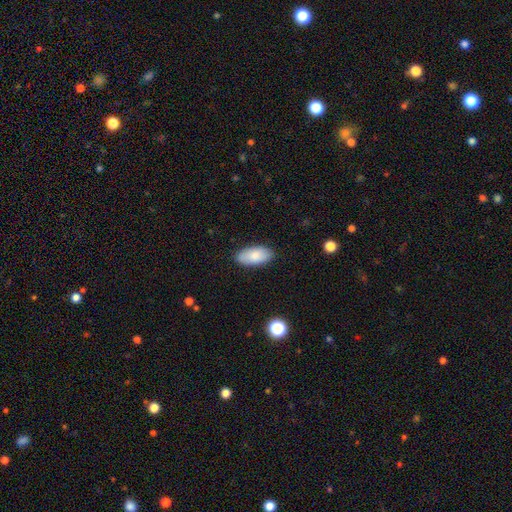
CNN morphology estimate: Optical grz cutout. It shows a smooth galaxy with no disk features (82%) that is in between round and cigar-shaped (94%). Merging: none (87%).